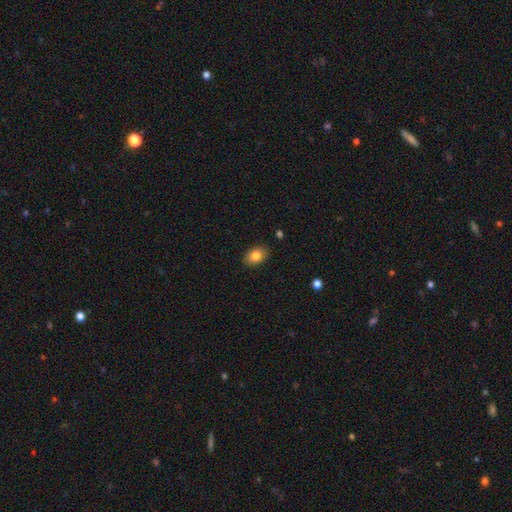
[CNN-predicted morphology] Smooth or featured?
  - smooth: 84% *
  - featured or disk: 8%
  - star or artifact: 8%
How rounded?
  - in between: 82% *
  - round: 17%
  - cigar-shaped: 1%
Merging?
  - none: 87% *
  - minor disturbance: 10%
  - major disturbance: 2%
  - merger: 1%